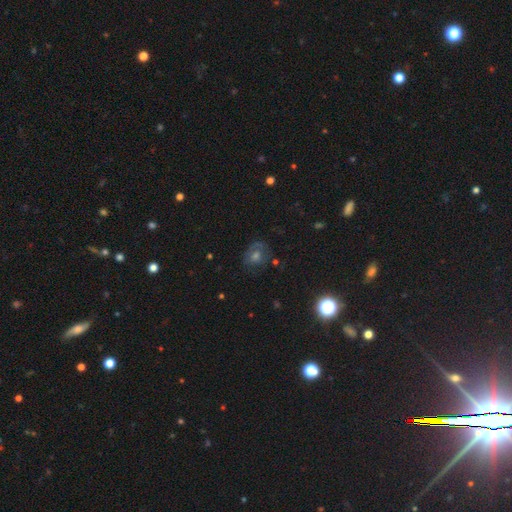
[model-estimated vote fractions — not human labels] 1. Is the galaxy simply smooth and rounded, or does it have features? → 38% featured or disk, 37% smooth, 25% star or artifact.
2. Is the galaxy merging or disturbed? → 66% none, 19% minor disturbance, 12% major disturbance, 3% merger.